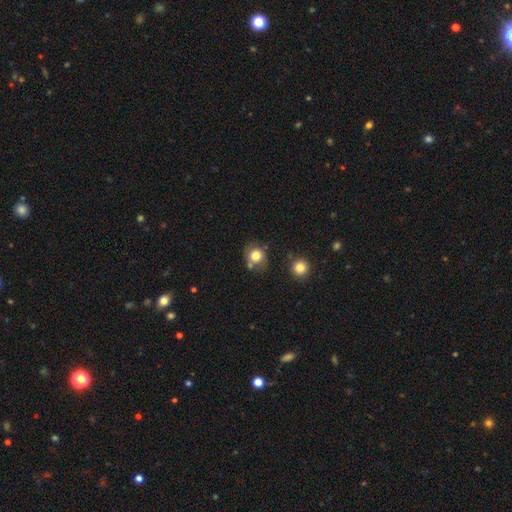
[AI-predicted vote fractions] This appears to be a smooth galaxy with no disk features (78%) that is round (79%). Merging: none (63%).